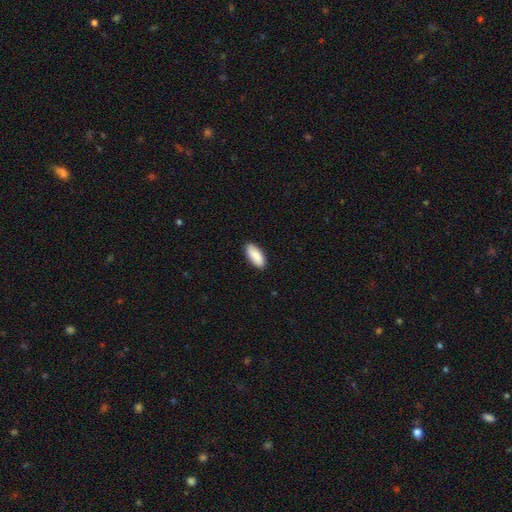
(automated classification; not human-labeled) This is clearly a smooth galaxy (90%). How rounded: clearly in between (87%). Merging: clearly none (89%).